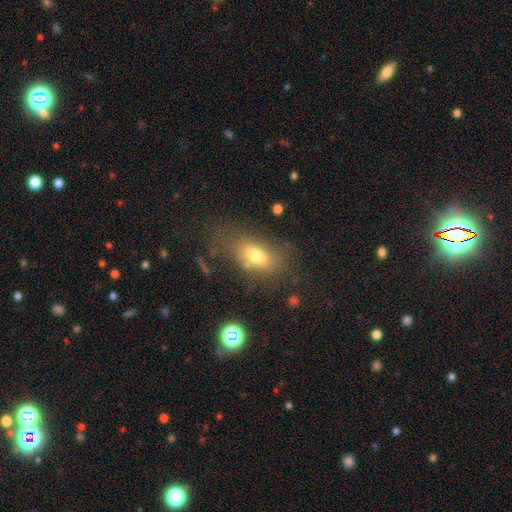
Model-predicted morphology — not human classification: smooth_or_featured: smooth (p=0.68) [alt: featured or disk p=0.20]
how_rounded: in between (p=0.84) [alt: round p=0.09]
merging: none (p=0.59) [alt: minor disturbance p=0.20]